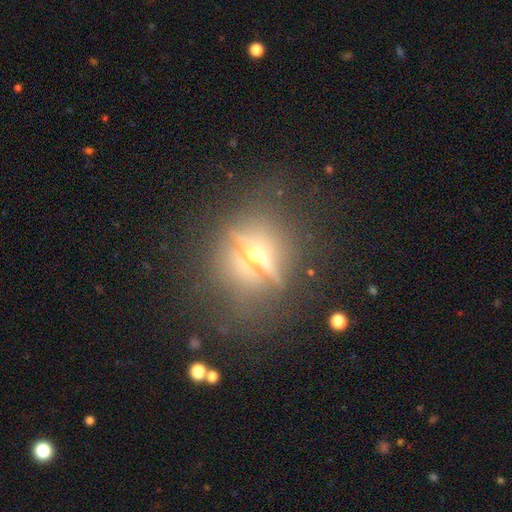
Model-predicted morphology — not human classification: A featured or disk galaxy (56%) viewed edge-on (68%).

Vote fractions:
- Smooth or featured? featured or disk: 56% / smooth: 25% / star or artifact: 19%
- Edge-on disk? yes: 68% / no: 32%
- Merging? none: 70% / minor disturbance: 16% / major disturbance: 11% / merger: 3%